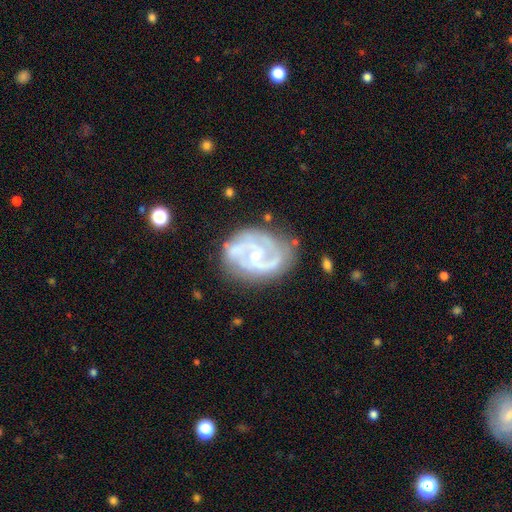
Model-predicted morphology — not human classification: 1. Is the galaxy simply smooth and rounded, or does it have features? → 86% featured or disk, 9% smooth, 5% star or artifact.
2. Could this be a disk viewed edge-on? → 98% no, 2% yes.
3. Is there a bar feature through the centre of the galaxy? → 55% no, 36% weak, 10% strong.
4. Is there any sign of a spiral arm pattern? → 93% yes, 7% no.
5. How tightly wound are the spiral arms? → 45% tight, 44% medium, 12% loose.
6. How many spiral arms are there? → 55% 2, 18% 3, 16% can't tell, 4% 1, 3% 4, 3% more than 4.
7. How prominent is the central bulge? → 69% small, 26% moderate, 3% none, 1% large, 1% dominant.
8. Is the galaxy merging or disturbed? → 67% none, 21% minor disturbance, 9% major disturbance, 3% merger.